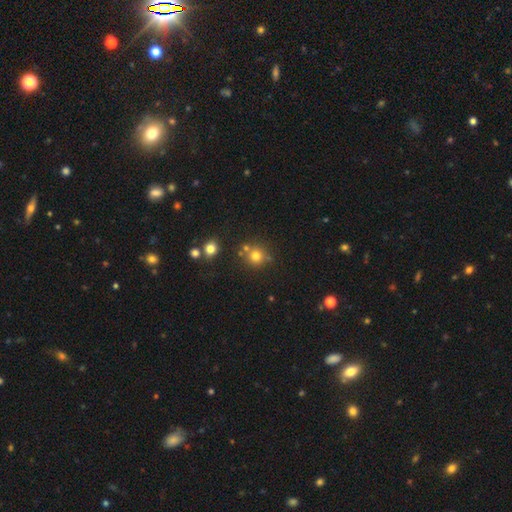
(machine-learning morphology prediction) A smooth galaxy with no disk features (75%) that is round (90%).

Vote fractions:
- Smooth or featured? smooth: 75% / star or artifact: 16% / featured or disk: 9%
- How rounded? round: 90% / in between: 9% / cigar-shaped: 1%
- Merging? none: 71% / merger: 16% / minor disturbance: 10% / major disturbance: 4%